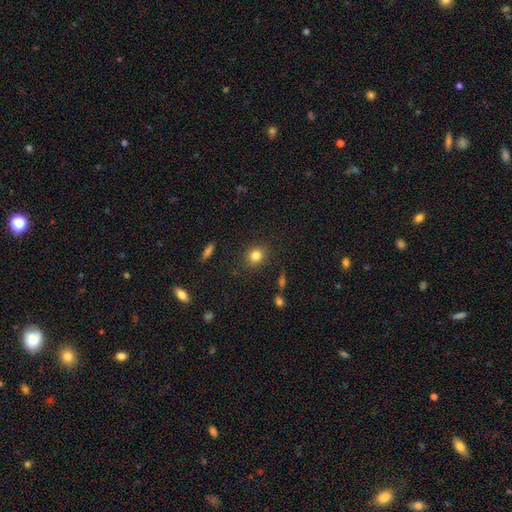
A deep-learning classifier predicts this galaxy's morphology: The model was most divided on "how rounded": round: 75%, in between: 24%, cigar-shaped: 1%. More confident: merging — none (87%); smooth or featured — smooth (82%).